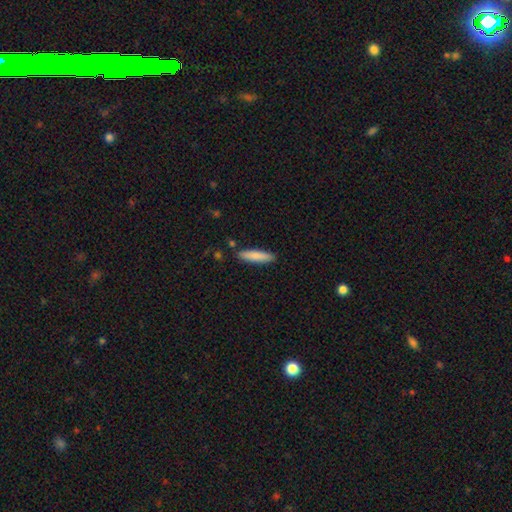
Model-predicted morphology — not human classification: type=smooth (83%); roundness=cigar-shaped (81%); merging=none (88%).